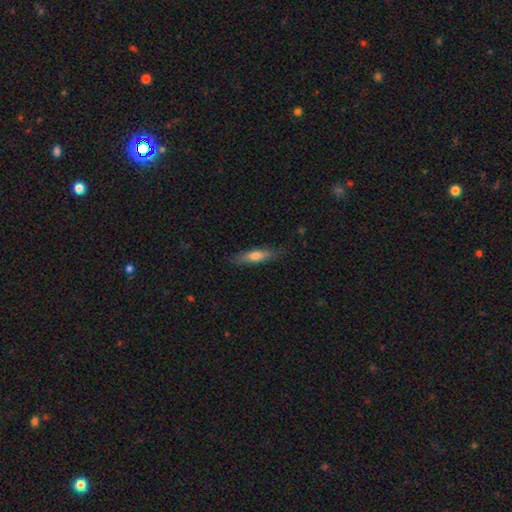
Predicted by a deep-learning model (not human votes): Smooth or featured?
  - smooth: 66% *
  - featured or disk: 28%
  - star or artifact: 6%
How rounded?
  - cigar-shaped: 71% *
  - in between: 27%
  - round: 2%
Merging?
  - none: 82% *
  - minor disturbance: 14%
  - major disturbance: 3%
  - merger: 1%